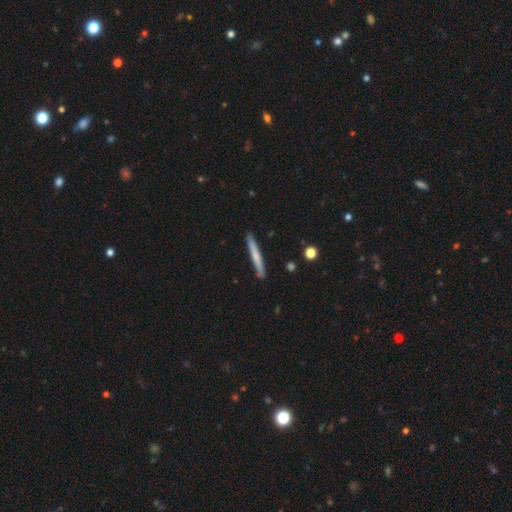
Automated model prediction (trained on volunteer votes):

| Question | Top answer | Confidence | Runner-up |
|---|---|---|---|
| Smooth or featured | smooth | 62% | featured or disk (32%) |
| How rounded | cigar-shaped | 97% | in between (2%) |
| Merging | none | 89% | minor disturbance (8%) |